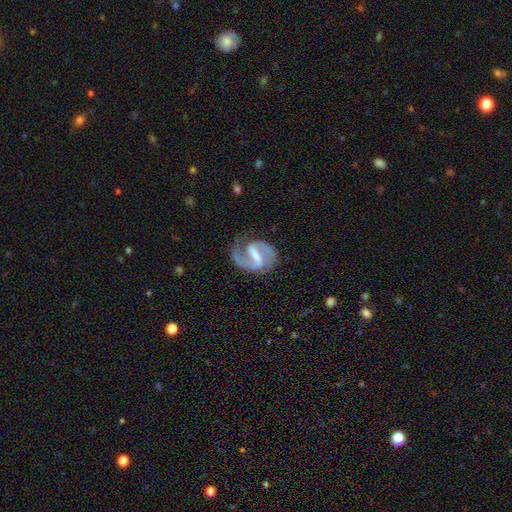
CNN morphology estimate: Overall: featured or disk (90%). Edge-on disk: no (98%). Bar: strong (63%; weak 31%). Spiral arms: yes (96%). Spiral arm count: 2 (87%). Spiral winding: medium (57%; tight 25%). Bulge size: small (43%; moderate 31%). Merging: none (73%).